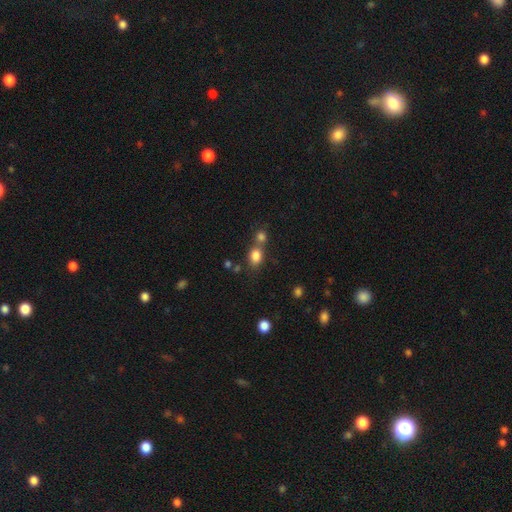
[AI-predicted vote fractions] Smooth or featured? smooth (82%)
How rounded? in between (62%)
Merging? none (48%)